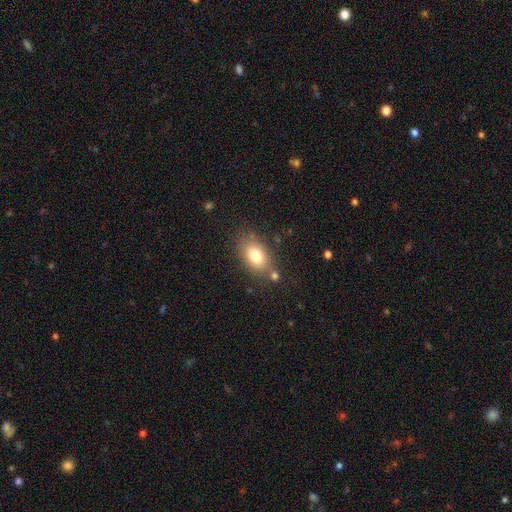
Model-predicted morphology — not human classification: A smooth galaxy with no disk features (78%) that is in between round and cigar-shaped (84%).

Vote fractions:
- Smooth or featured? smooth: 78% / featured or disk: 13% / star or artifact: 9%
- How rounded? in between: 84% / round: 14% / cigar-shaped: 2%
- Merging? none: 73% / minor disturbance: 15% / merger: 8% / major disturbance: 5%